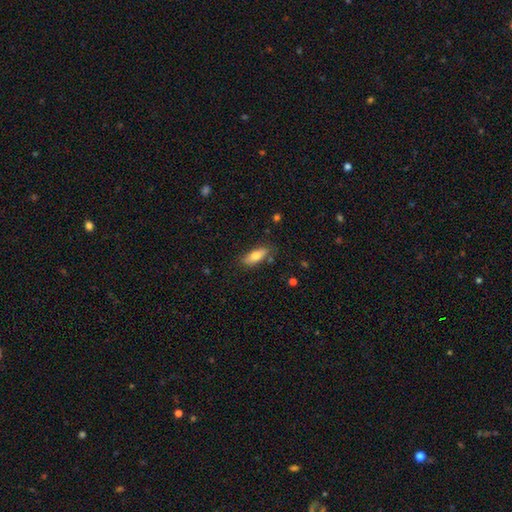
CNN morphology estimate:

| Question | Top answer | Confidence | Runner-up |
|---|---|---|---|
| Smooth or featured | smooth | 73% | featured or disk (20%) |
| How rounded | in between | 67% | cigar-shaped (30%) |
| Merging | none | 81% | minor disturbance (14%) |